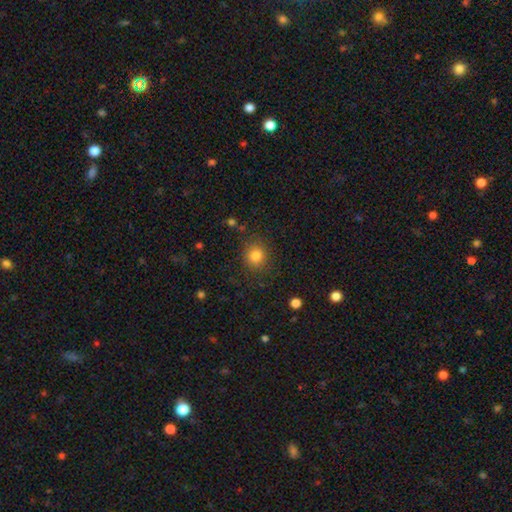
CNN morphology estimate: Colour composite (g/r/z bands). It shows a smooth galaxy with no disk features (82%) that is round (87%). Merging: none (84%).